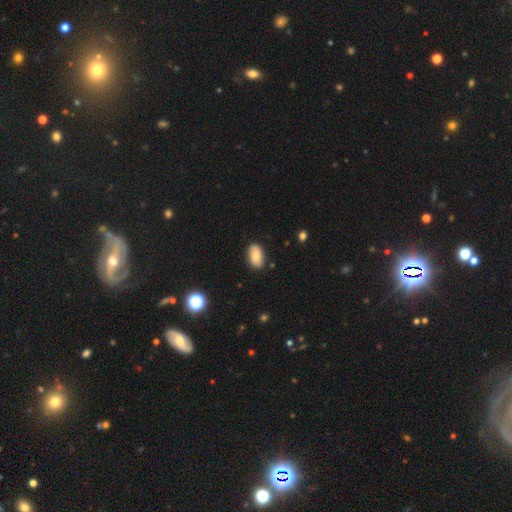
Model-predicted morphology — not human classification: Smooth or featured?
  - smooth: 80% *
  - featured or disk: 13%
  - star or artifact: 8%
How rounded?
  - in between: 92% *
  - round: 6%
  - cigar-shaped: 2%
Merging?
  - none: 85% *
  - minor disturbance: 12%
  - major disturbance: 2%
  - merger: 1%